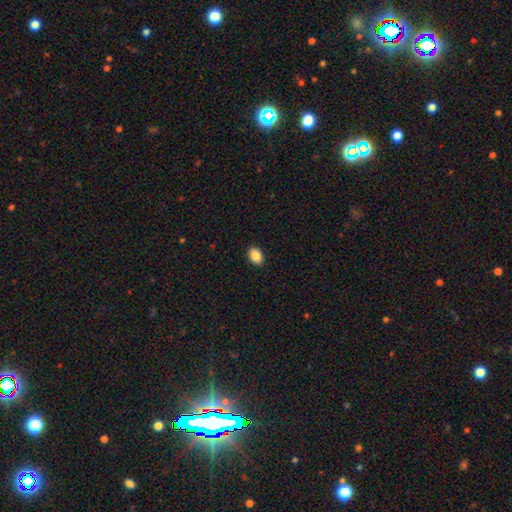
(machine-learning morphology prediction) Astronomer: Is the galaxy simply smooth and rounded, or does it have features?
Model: smooth — 89%.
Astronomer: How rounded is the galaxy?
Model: in between — 82%.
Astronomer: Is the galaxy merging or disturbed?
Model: none — 90%.